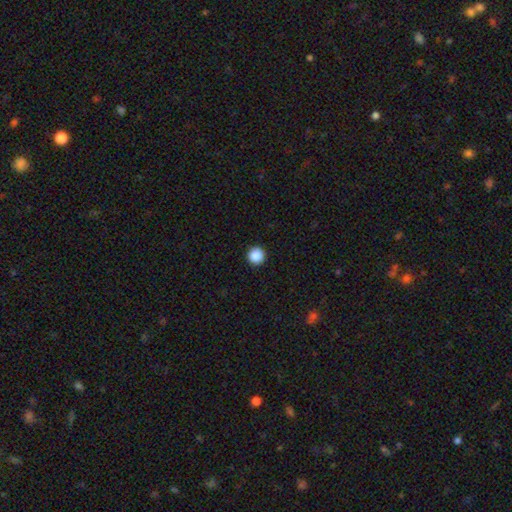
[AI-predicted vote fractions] This is clearly a smooth galaxy (88%). How rounded: clearly round (96%). Merging: clearly none (94%).